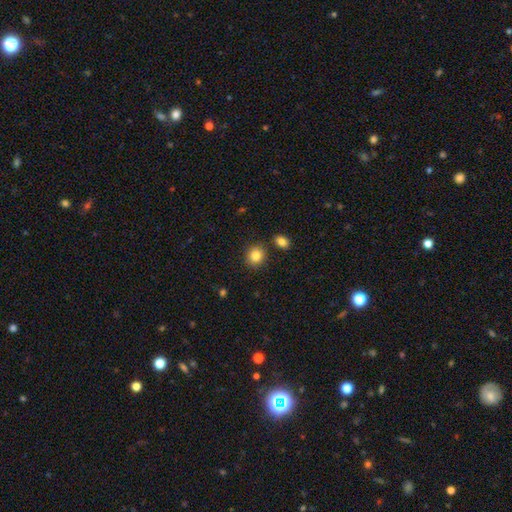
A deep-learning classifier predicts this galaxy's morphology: This is clearly a smooth galaxy (85%). How rounded: likely round (78%). Merging: clearly none (84%).